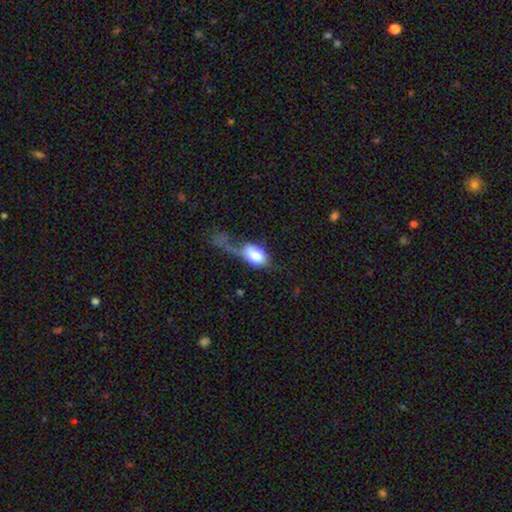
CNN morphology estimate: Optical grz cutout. It shows a smooth galaxy with no disk features (70%) that is in between round and cigar-shaped (80%). Merging: major disturbance (58%).